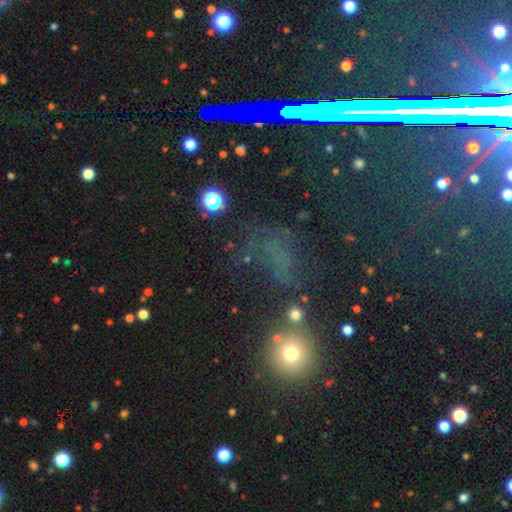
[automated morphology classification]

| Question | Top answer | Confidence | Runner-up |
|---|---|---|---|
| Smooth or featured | star or artifact | 51% | smooth (34%) |